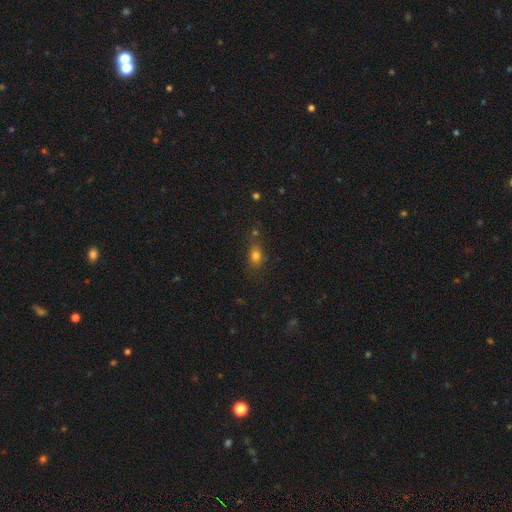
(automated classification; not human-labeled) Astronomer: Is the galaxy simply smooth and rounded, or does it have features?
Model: smooth — 75%.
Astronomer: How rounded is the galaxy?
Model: in between — 62%.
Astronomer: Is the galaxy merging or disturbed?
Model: none — 65%.